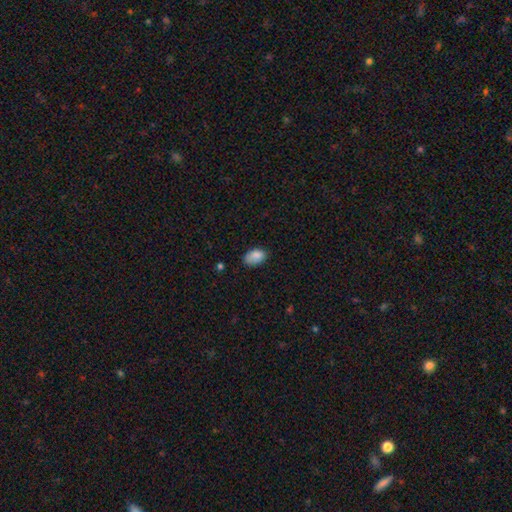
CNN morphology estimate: Overall: smooth (86%). How rounded: in between (91%). Merging: none (69%).